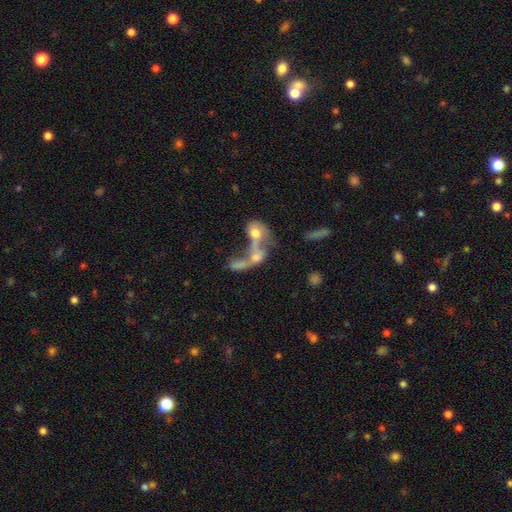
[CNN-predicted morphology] smooth-or-featured: smooth: 43% | featured or disk: 42% | star or artifact: 15%
  merging: merger: 70% | none: 13% | major disturbance: 12% | minor disturbance: 5%